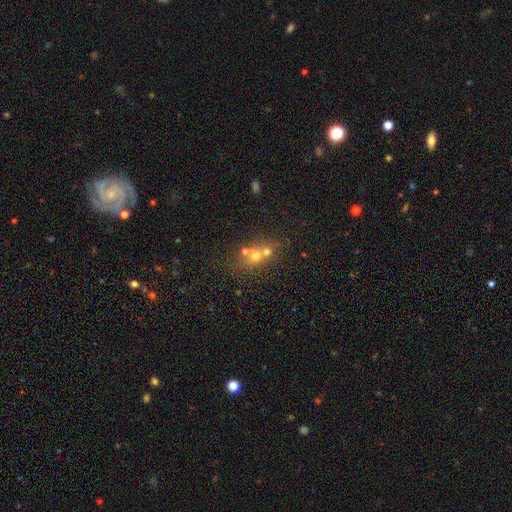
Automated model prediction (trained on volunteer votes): Smooth or featured? smooth (55%)
How rounded? round (68%)
Merging? merger (54%)